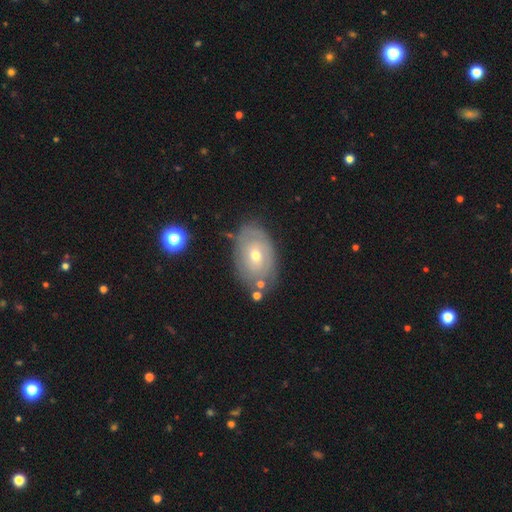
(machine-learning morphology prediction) The model was most divided on "bulge size": moderate: 50%, small: 46%, large: 2%, none: 1%, dominant: 1%. More confident: edge-on disk — no (93%); bar — no (76%); merging — none (73%); spiral arms — yes (70%); smooth or featured — featured or disk (67%).